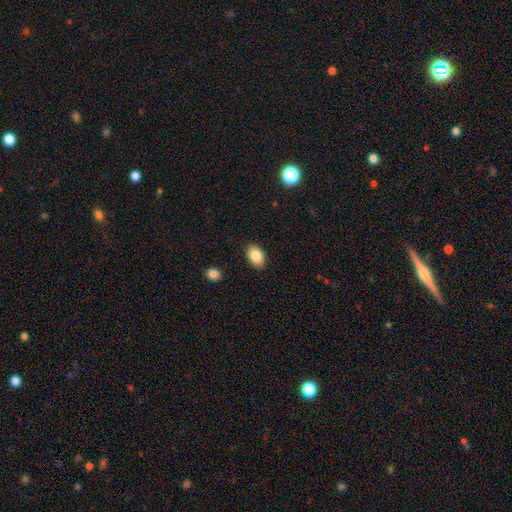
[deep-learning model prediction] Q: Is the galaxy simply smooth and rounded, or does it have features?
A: smooth — 86%.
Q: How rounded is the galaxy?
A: in between — 88%.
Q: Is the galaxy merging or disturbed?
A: none — 88%.